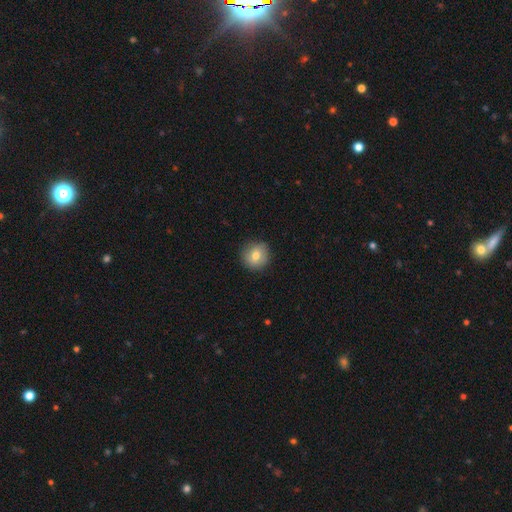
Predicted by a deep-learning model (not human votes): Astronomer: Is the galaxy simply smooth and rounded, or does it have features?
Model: smooth — 75%.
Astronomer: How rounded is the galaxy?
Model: round — 93%.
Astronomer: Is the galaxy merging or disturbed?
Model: none — 88%.